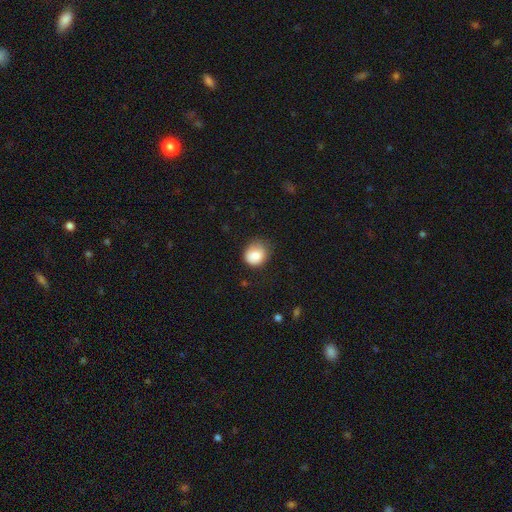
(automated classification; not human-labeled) A smooth galaxy with no disk features (83%) that is round (70%).

Vote fractions:
- Smooth or featured? smooth: 83% / featured or disk: 8% / star or artifact: 8%
- How rounded? round: 70% / in between: 29% / cigar-shaped: 1%
- Merging? none: 57% / minor disturbance: 32% / major disturbance: 10% / merger: 2%